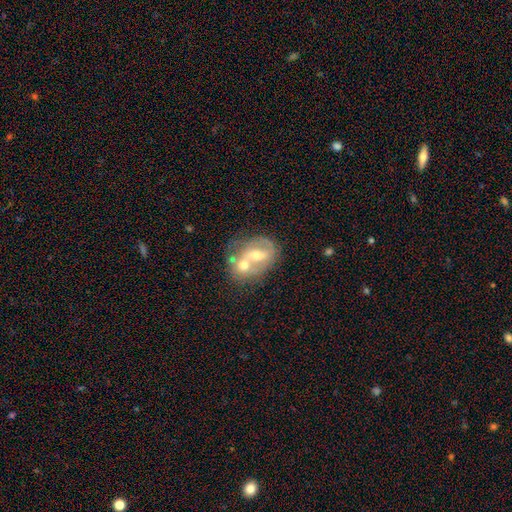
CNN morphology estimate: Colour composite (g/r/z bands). It shows a featured or disk galaxy (64%) with no bar (42%), spiral arms (51%) and a moderate central bulge (66%). Merging: merger (53%).